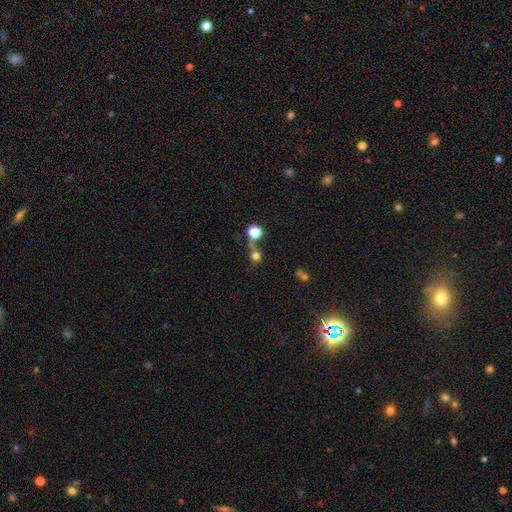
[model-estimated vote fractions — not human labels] Smooth or featured? smooth (67%)
How rounded? round (88%)
Merging? none (53%)